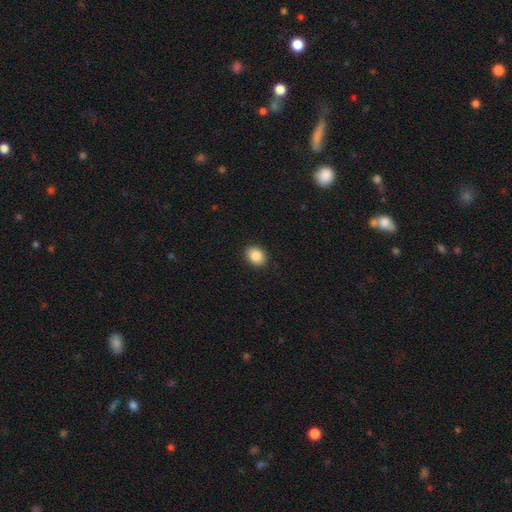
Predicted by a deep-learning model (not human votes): Smooth or featured?
  - smooth: 87% *
  - star or artifact: 8%
  - featured or disk: 5%
How rounded?
  - in between: 69% *
  - round: 30%
  - cigar-shaped: 1%
Merging?
  - none: 90% *
  - minor disturbance: 7%
  - major disturbance: 2%
  - merger: 1%